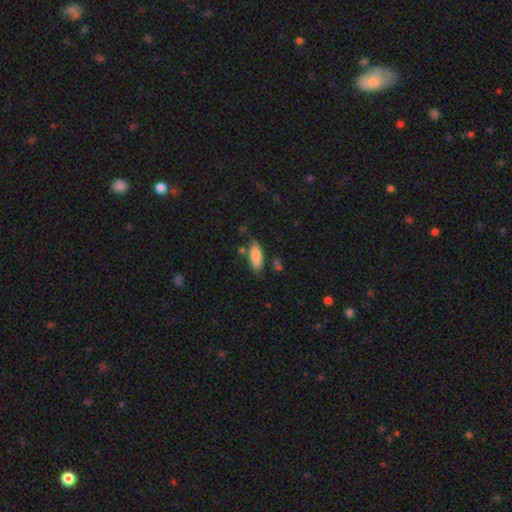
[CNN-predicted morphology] A smooth galaxy with no disk features (84%) that is in between round and cigar-shaped (75%).

Vote fractions:
- Smooth or featured? smooth: 84% / featured or disk: 9% / star or artifact: 6%
- How rounded? in between: 75% / cigar-shaped: 23% / round: 2%
- Merging? none: 73% / minor disturbance: 17% / merger: 7% / major disturbance: 4%